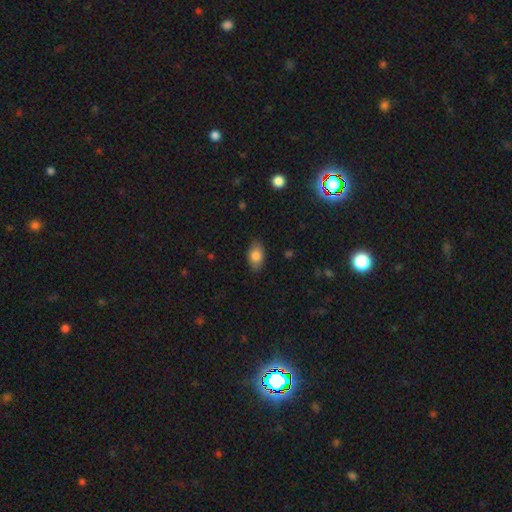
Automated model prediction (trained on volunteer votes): Smooth or featured? smooth (82%)
How rounded? in between (87%)
Merging? none (81%)